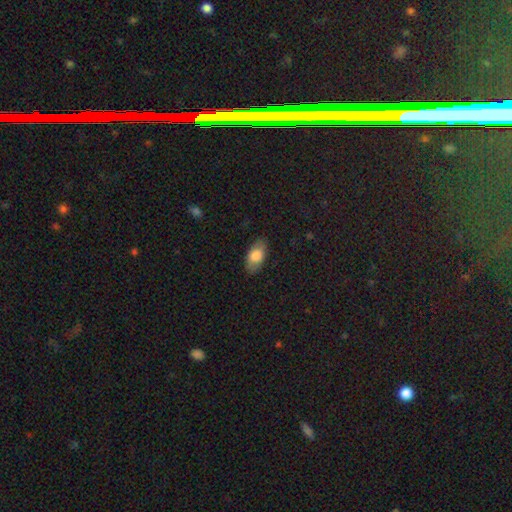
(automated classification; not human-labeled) Q: Smooth or featured?
A: smooth (79%); runner-up: featured or disk (15%)
Q: How rounded?
A: in between (92%); runner-up: round (4%)
Q: Merging?
A: none (83%); runner-up: minor disturbance (13%)